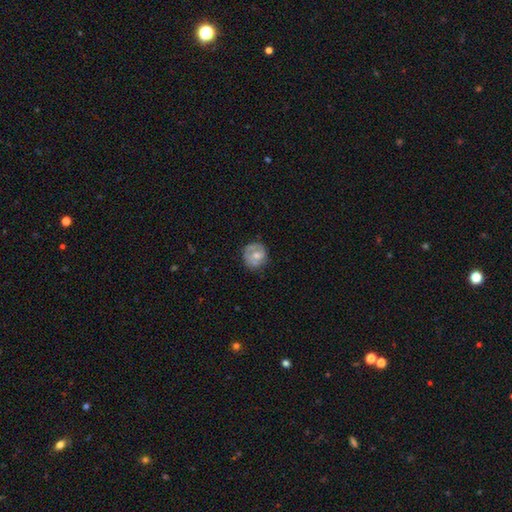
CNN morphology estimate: A featured or disk galaxy (47%). Merging: none (66%).